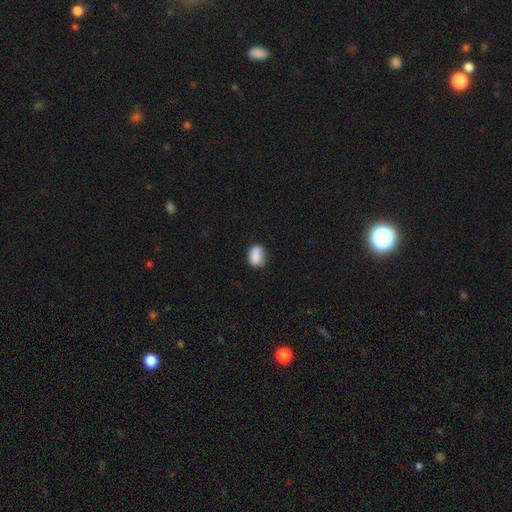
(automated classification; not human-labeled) A smooth galaxy with no disk features (85%) that is in between round and cigar-shaped (69%). Merging: none (64%).